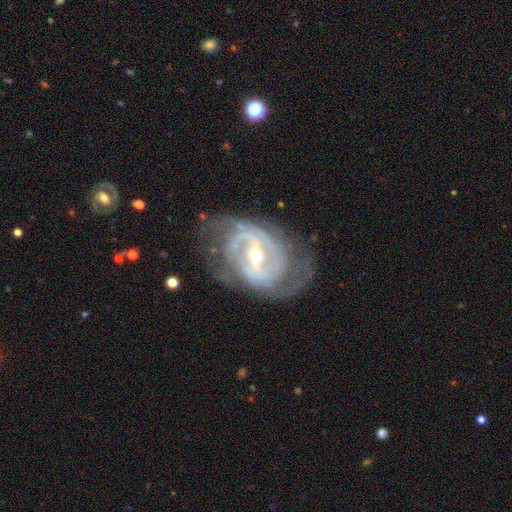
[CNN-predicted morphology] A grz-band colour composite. It shows a featured or disk galaxy (90%) with a strong bar (47%), 2 (50%) tight (45%) spiral arms (95%) and a small central bulge (65%). Merging: none (60%).